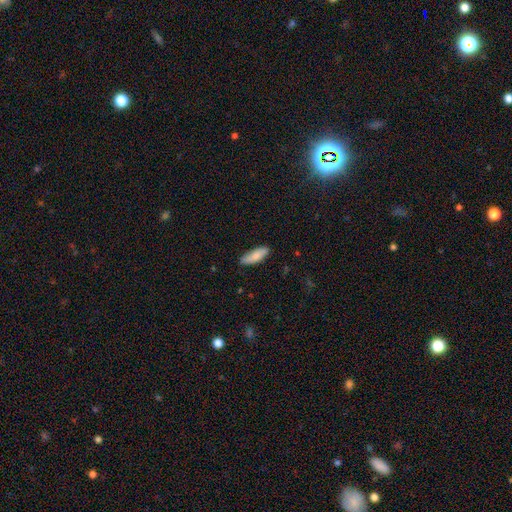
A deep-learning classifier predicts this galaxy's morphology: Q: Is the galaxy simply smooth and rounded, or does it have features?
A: smooth — 83%.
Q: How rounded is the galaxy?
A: in between — 59%.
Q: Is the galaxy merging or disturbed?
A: none — 83%.